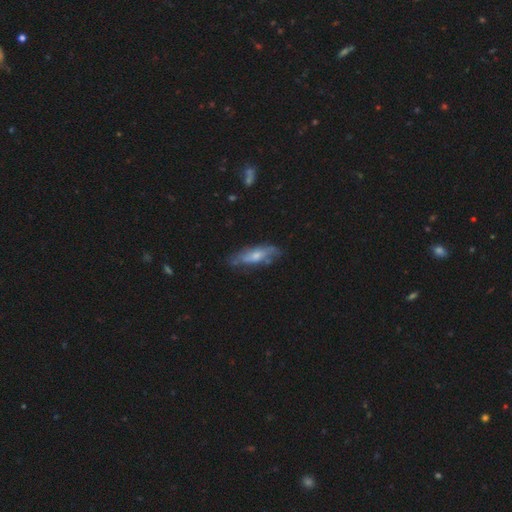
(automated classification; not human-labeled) The model was most divided on "smooth or featured": featured or disk: 51%, smooth: 42%, star or artifact: 7%. More confident: merging — none (64%); edge-on disk — no (57%).